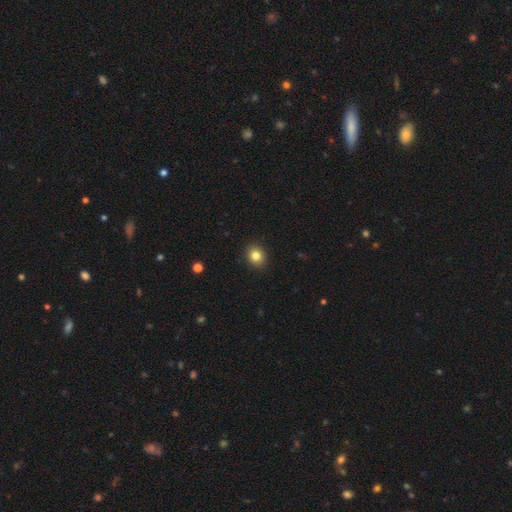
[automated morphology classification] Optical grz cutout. It shows a smooth galaxy with no disk features (83%) that is round (72%). Merging: none (91%).